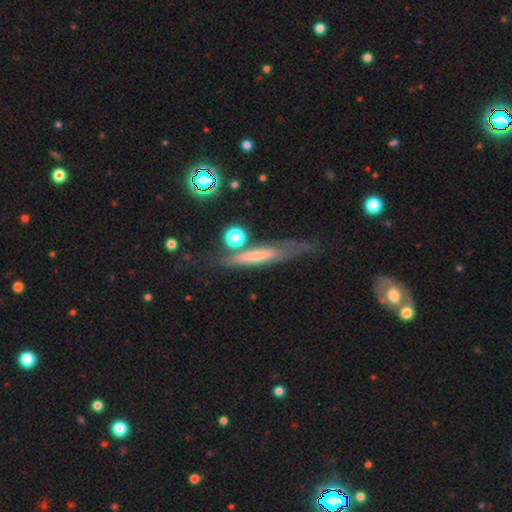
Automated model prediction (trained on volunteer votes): This is possibly a featured or disk galaxy (45%). Merging: possibly none (59%).